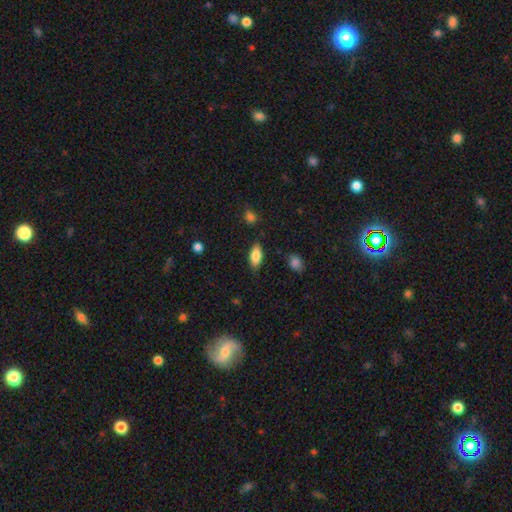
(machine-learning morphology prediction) A smooth galaxy with no disk features (82%) that is in between round and cigar-shaped (87%).

Vote fractions:
- Smooth or featured? smooth: 82% / featured or disk: 10% / star or artifact: 7%
- How rounded? in between: 87% / cigar-shaped: 11% / round: 3%
- Merging? none: 82% / minor disturbance: 13% / major disturbance: 3% / merger: 2%